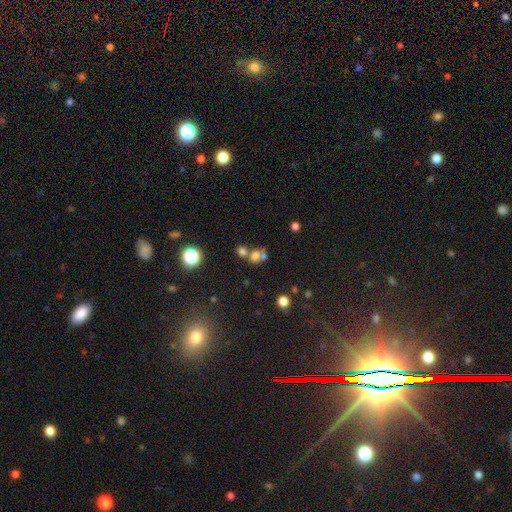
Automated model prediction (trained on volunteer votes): smooth_or_featured: smooth (p=0.65) [alt: star or artifact p=0.20]
how_rounded: round (p=0.62) [alt: in between p=0.37]
merging: merger (p=0.50) [alt: none p=0.36]